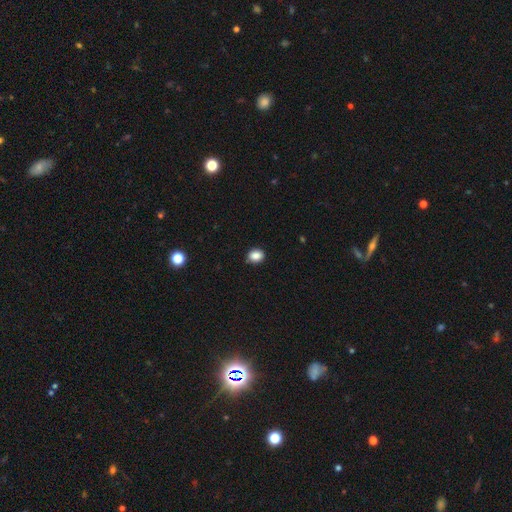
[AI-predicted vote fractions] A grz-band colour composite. It shows a smooth galaxy with no disk features (86%) that is round (53%). Merging: none (84%).